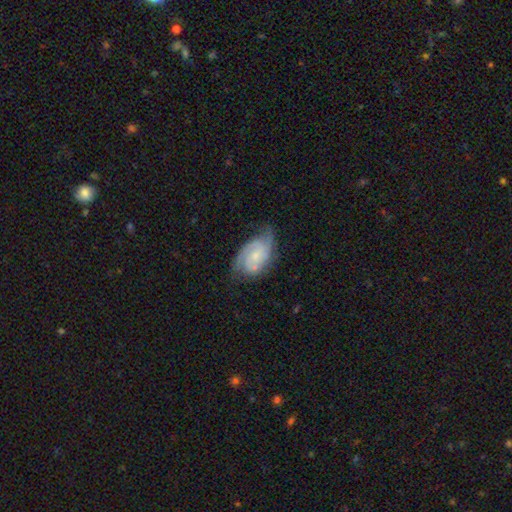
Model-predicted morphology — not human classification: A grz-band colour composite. It shows a featured or disk galaxy (79%) with no bar (63%), 2 (59%) tight (51%) spiral arms (95%) and a small central bulge (56%). Merging: none (61%).